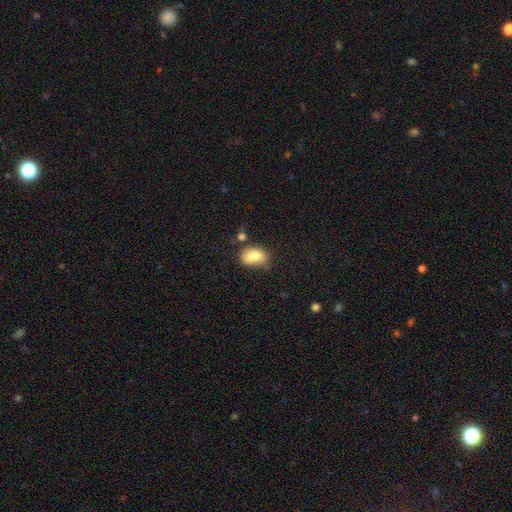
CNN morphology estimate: smooth-or-featured: smooth: 75% | featured or disk: 16% | star or artifact: 9%
  how-rounded: in between: 77% | round: 21% | cigar-shaped: 1%
  merging: none: 39% | merger: 31% | minor disturbance: 22% | major disturbance: 8%